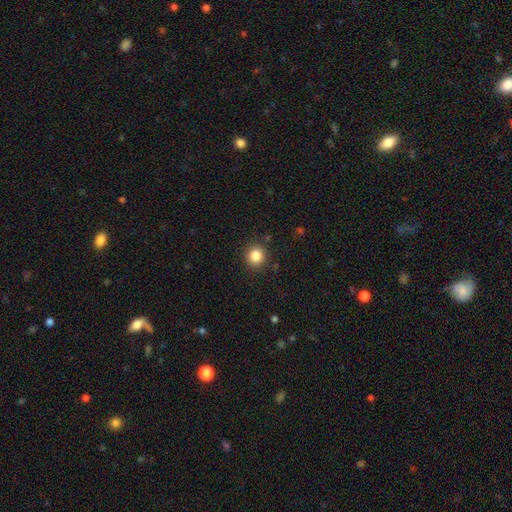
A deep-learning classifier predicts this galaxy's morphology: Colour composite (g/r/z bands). It shows a smooth galaxy with no disk features (84%) that is round (91%). Merging: none (90%).